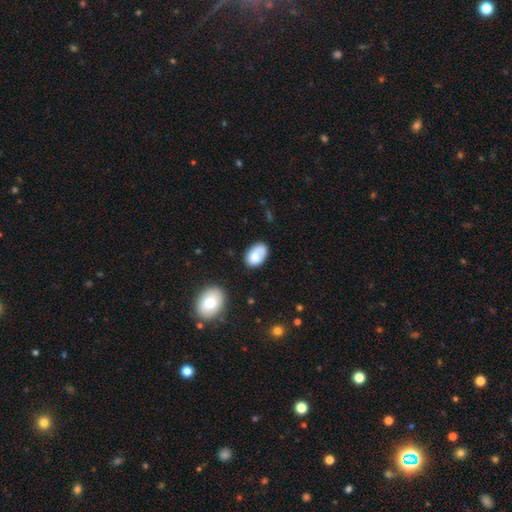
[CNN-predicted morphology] Smooth or featured? smooth (77%)
How rounded? in between (88%)
Merging? none (61%)